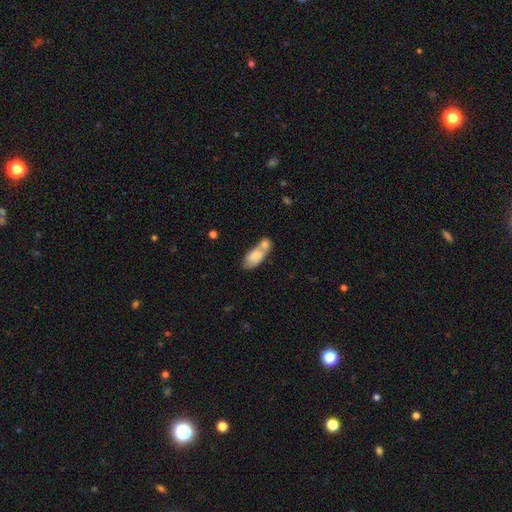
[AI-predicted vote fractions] smooth_or_featured: smooth (p=0.75) [alt: featured or disk p=0.18]
how_rounded: in between (p=0.81) [alt: cigar-shaped p=0.15]
merging: merger (p=0.56) [alt: none p=0.26]